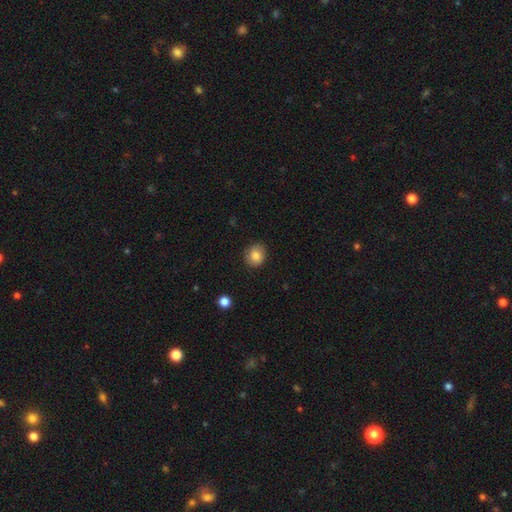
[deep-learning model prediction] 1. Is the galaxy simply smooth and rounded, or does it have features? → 85% smooth, 9% star or artifact, 7% featured or disk.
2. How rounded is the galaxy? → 76% round, 23% in between, 1% cigar-shaped.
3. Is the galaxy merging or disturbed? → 85% none, 11% minor disturbance, 3% major disturbance, 1% merger.